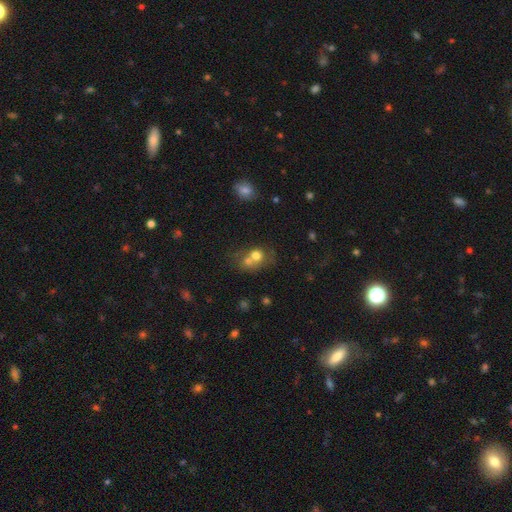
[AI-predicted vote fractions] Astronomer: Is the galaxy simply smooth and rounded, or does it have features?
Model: smooth — 69%.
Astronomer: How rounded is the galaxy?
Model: round — 71%.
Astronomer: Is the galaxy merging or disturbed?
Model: merger — 60%.